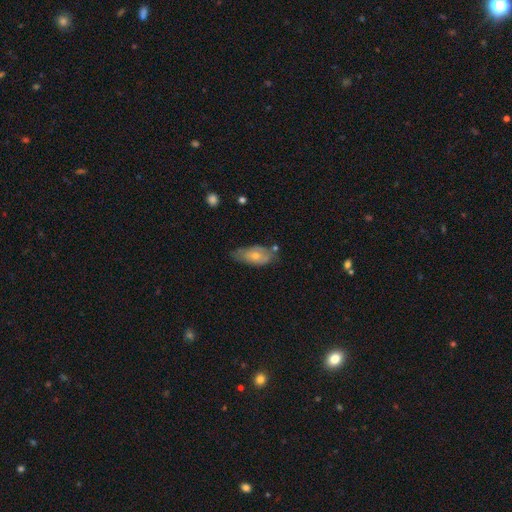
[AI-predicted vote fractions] The model was most divided on "merging": none: 52%, minor disturbance: 33%, major disturbance: 9%, merger: 6%. More confident: how rounded — in between (88%); smooth or featured — smooth (59%).